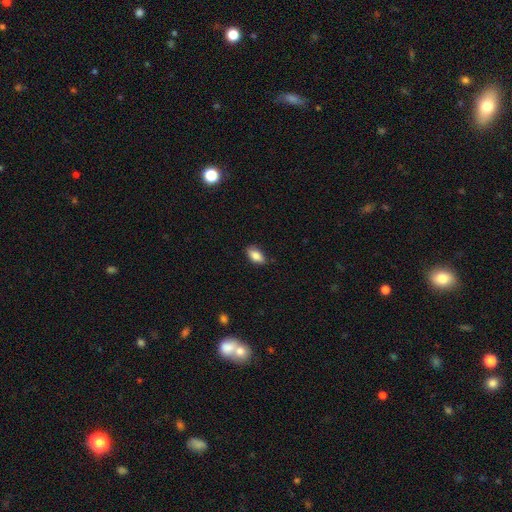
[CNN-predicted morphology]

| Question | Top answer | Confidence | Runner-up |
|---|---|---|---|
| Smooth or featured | smooth | 85% | featured or disk (8%) |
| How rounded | in between | 90% | cigar-shaped (6%) |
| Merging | none | 78% | minor disturbance (18%) |